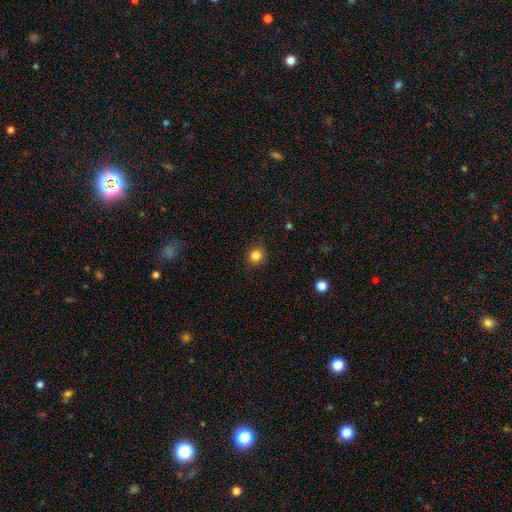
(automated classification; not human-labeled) The model was most divided on "smooth or featured": smooth: 84%, star or artifact: 11%, featured or disk: 4%. More confident: merging — none (89%); how rounded — round (86%).